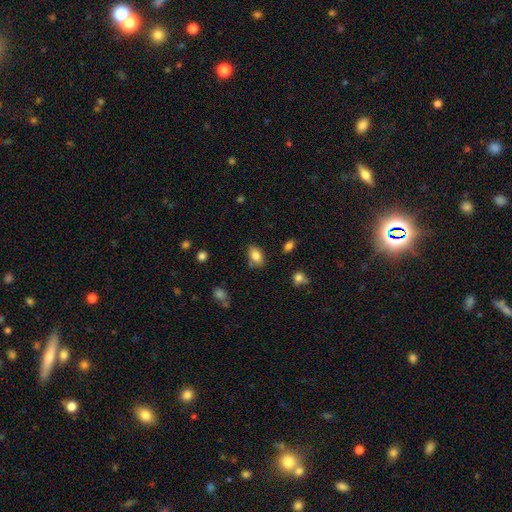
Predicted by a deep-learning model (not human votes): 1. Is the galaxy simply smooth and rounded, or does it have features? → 83% smooth, 9% featured or disk, 9% star or artifact.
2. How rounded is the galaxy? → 88% in between, 10% round, 2% cigar-shaped.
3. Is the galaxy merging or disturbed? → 74% none, 18% minor disturbance, 4% merger, 4% major disturbance.